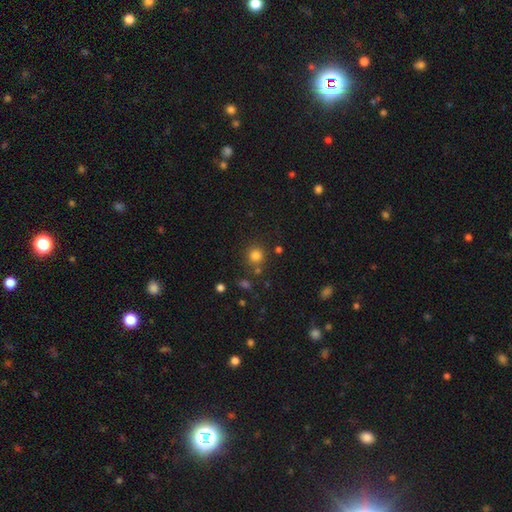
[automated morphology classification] The model was most divided on "smooth or featured": smooth: 81%, star or artifact: 14%, featured or disk: 6%. More confident: how rounded — round (92%); merging — none (80%).